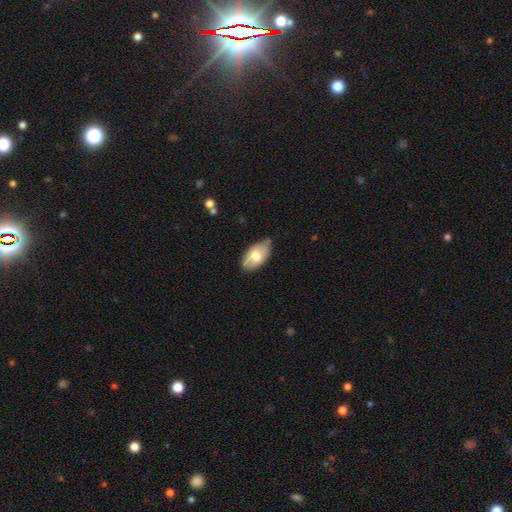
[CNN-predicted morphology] This is likely a smooth galaxy (70%). How rounded: clearly in between (94%). Merging: likely none (73%).